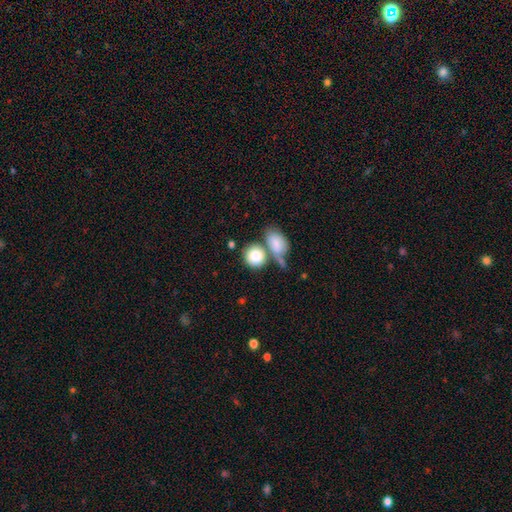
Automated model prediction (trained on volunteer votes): Q: Smooth or featured?
A: smooth (84%); runner-up: featured or disk (10%)
Q: How rounded?
A: round (74%); runner-up: in between (24%)
Q: Merging?
A: none (43%); runner-up: merger (40%)